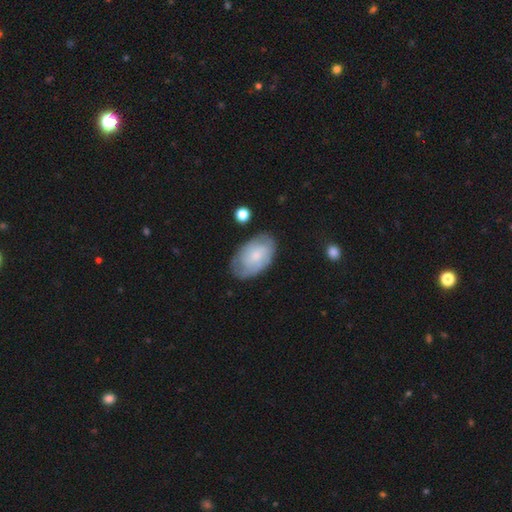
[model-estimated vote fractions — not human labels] Smooth or featured?
  - smooth: 51% *
  - featured or disk: 42%
  - star or artifact: 6%
How rounded?
  - in between: 92% *
  - round: 7%
  - cigar-shaped: 1%
Merging?
  - none: 72% *
  - minor disturbance: 21%
  - major disturbance: 6%
  - merger: 2%